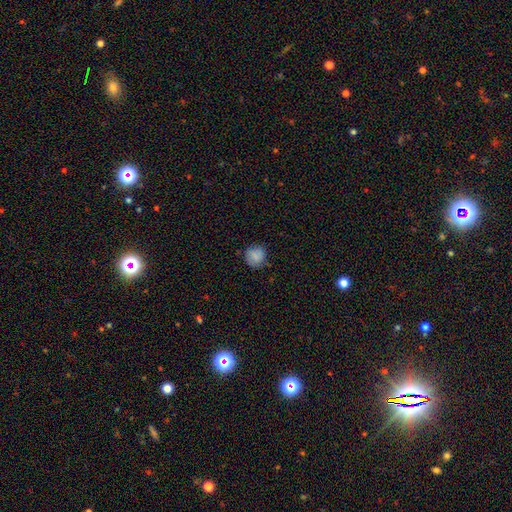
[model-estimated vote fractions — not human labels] A smooth galaxy with no disk features (83%) that is round (87%). Merging: none (76%).